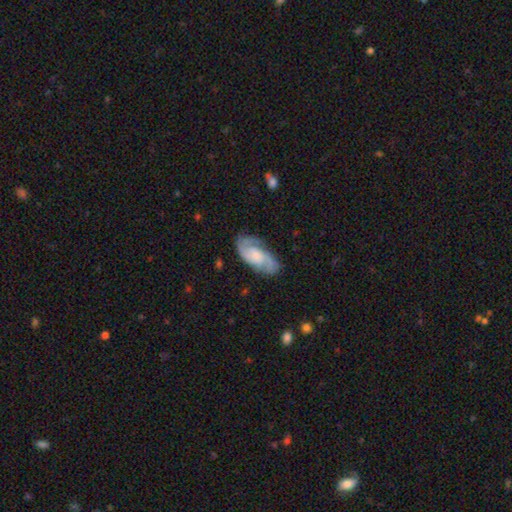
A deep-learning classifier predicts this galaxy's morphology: featured or disk 75%, smooth 19%, star or artifact 6%. Down the decision tree: edge-on disk — no (95%); bar — no (62%); spiral arms — yes (95%); spiral arm count — 2 (75%); spiral winding — medium (47%); bulge size — small (32%); merging — none (72%).